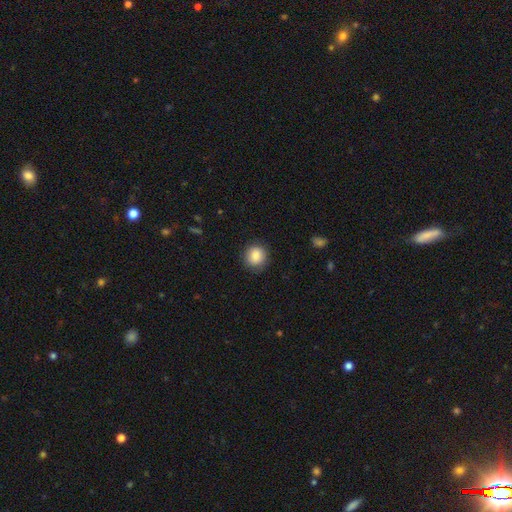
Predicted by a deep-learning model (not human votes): smooth 86%, star or artifact 8%, featured or disk 6%. Down the decision tree: how rounded — round (88%); merging — none (87%).